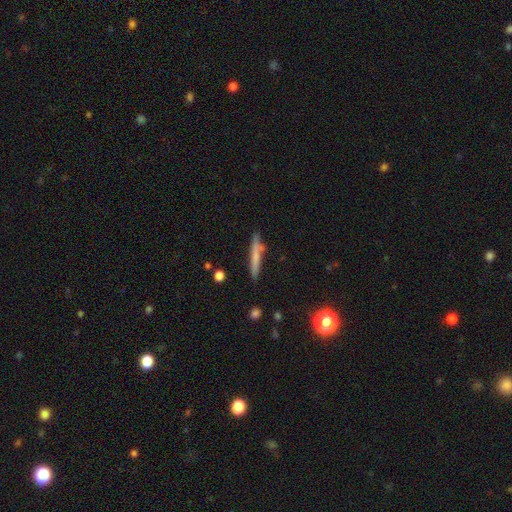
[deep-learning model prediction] Smooth or featured?
  - smooth: 63% *
  - featured or disk: 29%
  - star or artifact: 7%
How rounded?
  - cigar-shaped: 94% *
  - in between: 4%
  - round: 2%
Merging?
  - none: 78% *
  - minor disturbance: 14%
  - merger: 5%
  - major disturbance: 3%